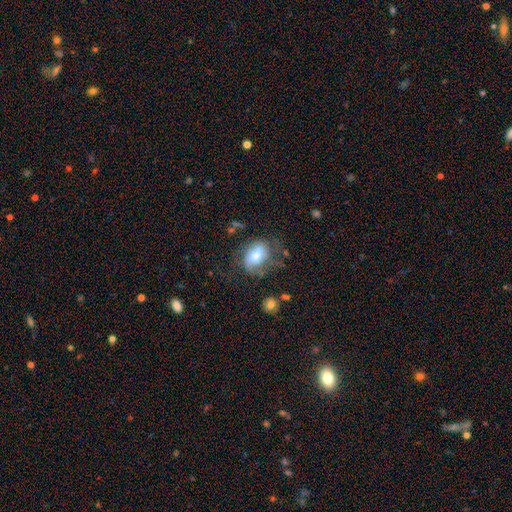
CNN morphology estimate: A smooth galaxy with no disk features (54%) that is in between round and cigar-shaped (68%). Merging: none (47%).